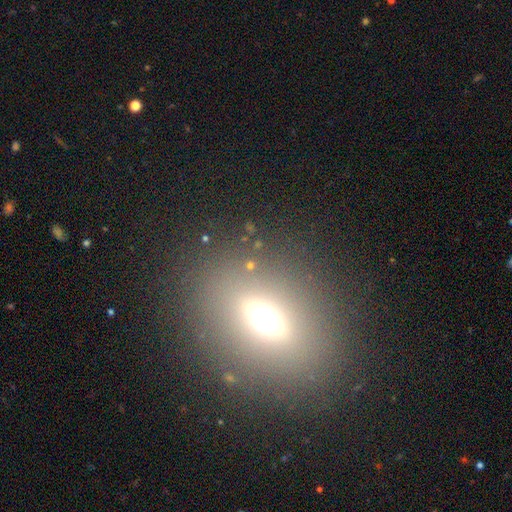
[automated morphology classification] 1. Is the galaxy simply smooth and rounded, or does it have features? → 60% smooth, 21% featured or disk, 19% star or artifact.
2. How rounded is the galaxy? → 69% in between, 26% round, 6% cigar-shaped.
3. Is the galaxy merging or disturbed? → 86% none, 8% minor disturbance, 4% major disturbance, 2% merger.